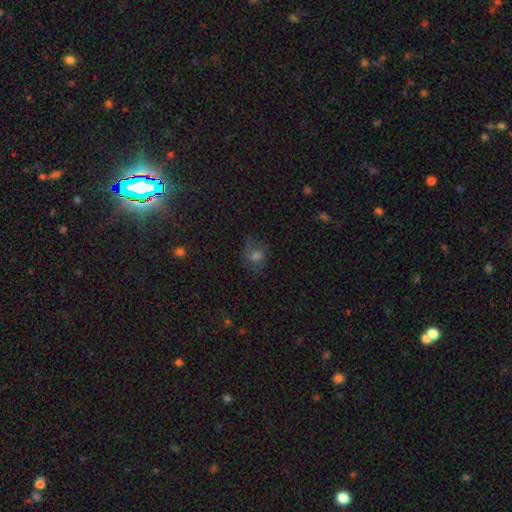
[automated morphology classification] A smooth galaxy with no disk features (50%).

Vote fractions:
- Smooth or featured? smooth: 50% / featured or disk: 25% / star or artifact: 25%
- Merging? none: 61% / minor disturbance: 23% / major disturbance: 14% / merger: 2%